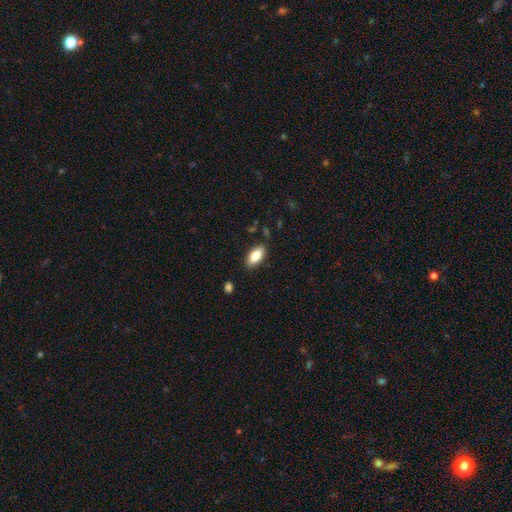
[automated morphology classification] Smooth or featured? smooth (81%)
How rounded? in between (90%)
Merging? none (85%)